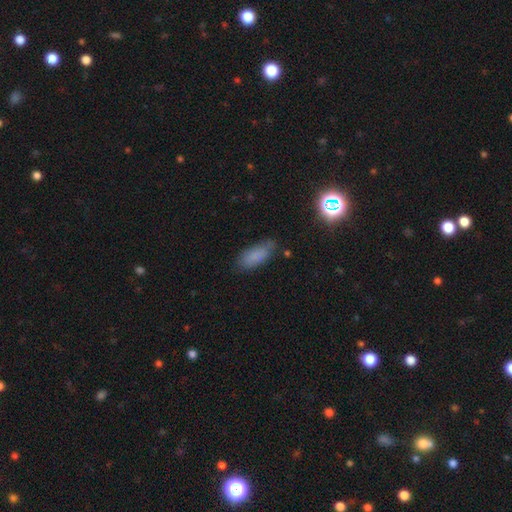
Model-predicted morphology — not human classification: Smooth or featured? smooth (78%)
How rounded? in between (79%)
Merging? none (70%)